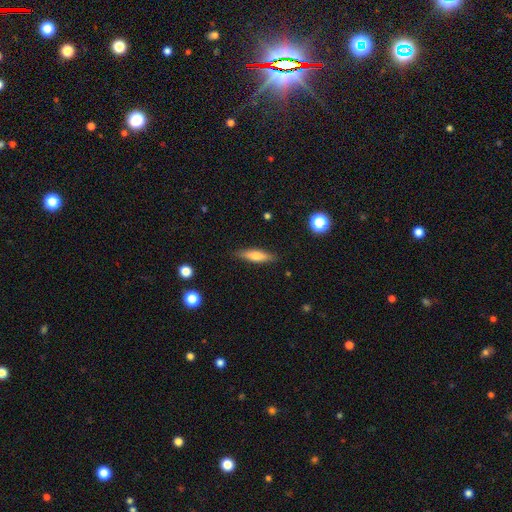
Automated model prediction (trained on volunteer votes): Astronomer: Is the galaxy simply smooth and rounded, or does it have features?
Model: smooth — 67%.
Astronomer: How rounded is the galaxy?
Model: cigar-shaped — 71%.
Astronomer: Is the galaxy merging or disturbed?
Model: none — 87%.